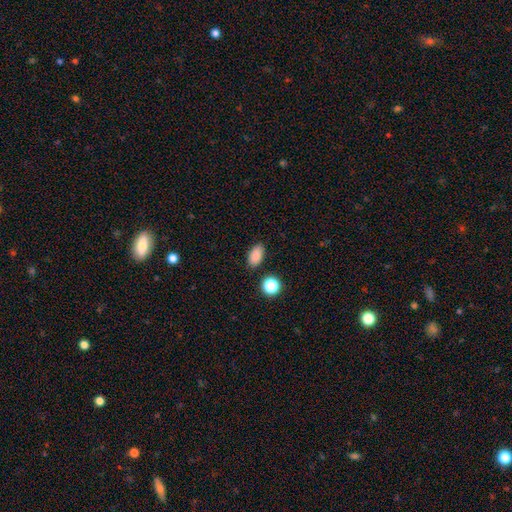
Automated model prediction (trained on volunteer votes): smooth 86%, star or artifact 10%, featured or disk 4%. Down the decision tree: how rounded — in between (89%); merging — none (85%).